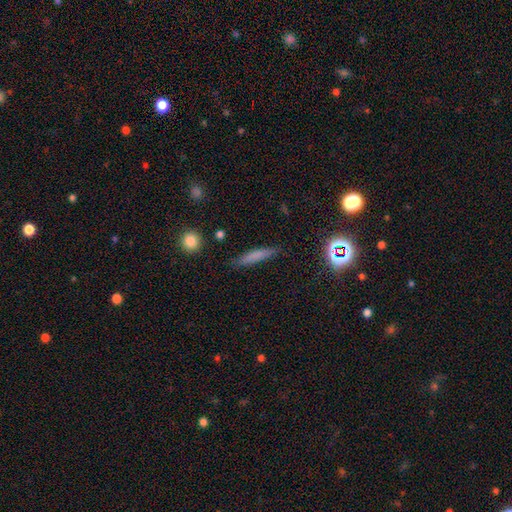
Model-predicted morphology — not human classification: A smooth galaxy with no disk features (72%) that is cigar-shaped (88%).

Vote fractions:
- Smooth or featured? smooth: 72% / featured or disk: 18% / star or artifact: 10%
- How rounded? cigar-shaped: 88% / in between: 10% / round: 2%
- Merging? none: 83% / minor disturbance: 13% / major disturbance: 3% / merger: 2%